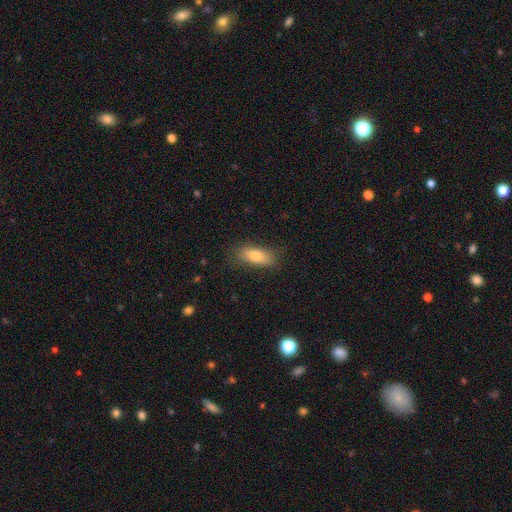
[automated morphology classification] The model was most divided on "how rounded": in between: 77%, cigar-shaped: 19%, round: 4%. More confident: merging — none (80%); smooth or featured — smooth (78%).